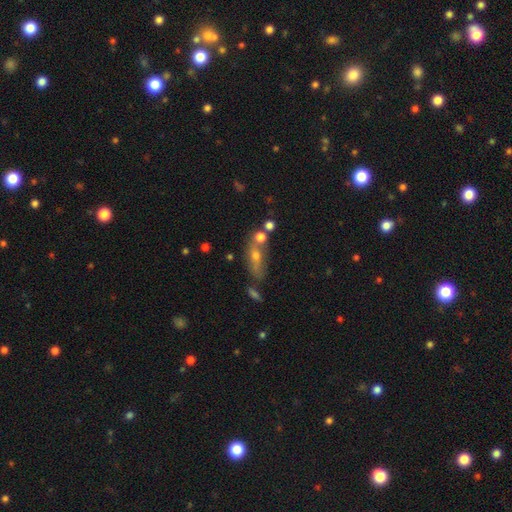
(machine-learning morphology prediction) Smooth or featured? Predicted: smooth (p=0.46). Merging? Predicted: none (p=0.48).